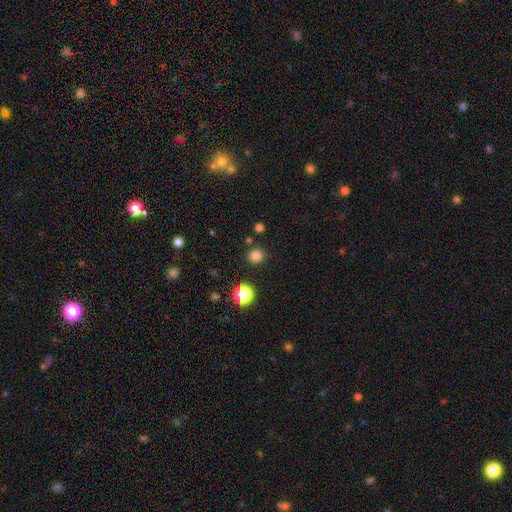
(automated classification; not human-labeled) Smooth or featured? Predicted: smooth (p=0.80). How rounded? Predicted: round (p=0.86). Merging? Predicted: none (p=0.87).